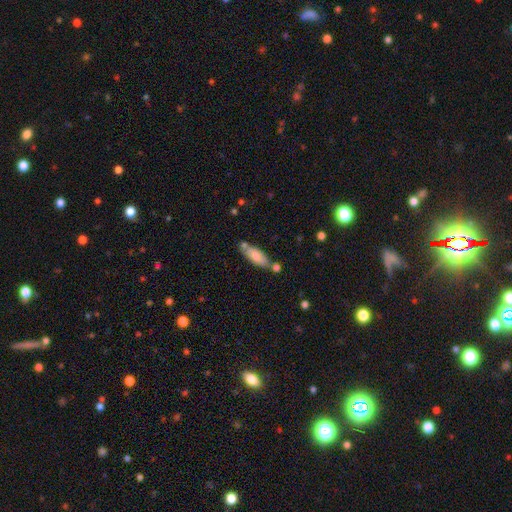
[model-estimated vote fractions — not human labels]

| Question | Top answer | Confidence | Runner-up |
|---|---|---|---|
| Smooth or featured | smooth | 77% | featured or disk (17%) |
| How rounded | in between | 58% | cigar-shaped (40%) |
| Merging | none | 62% | minor disturbance (17%) |